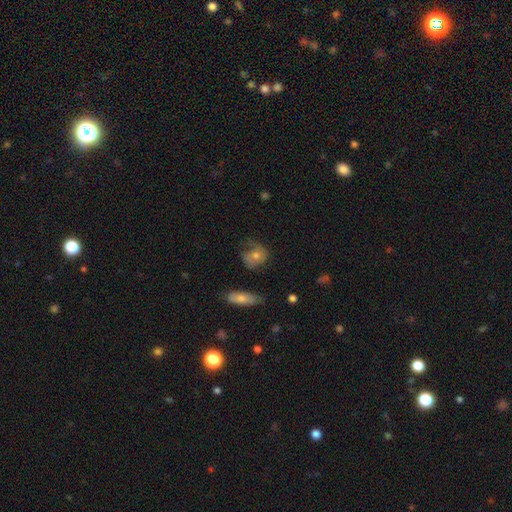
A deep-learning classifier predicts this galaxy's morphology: smooth 47%, featured or disk 42%, star or artifact 11%. Down the decision tree: merging — none (48%).